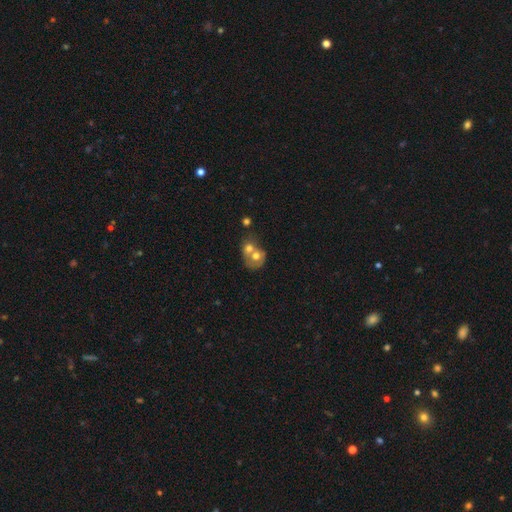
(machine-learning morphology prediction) A smooth galaxy with no disk features (57%) that is round (61%).

Vote fractions:
- Smooth or featured? smooth: 57% / featured or disk: 35% / star or artifact: 8%
- How rounded? round: 61% / in between: 38% / cigar-shaped: 1%
- Merging? merger: 73% / none: 16% / minor disturbance: 6% / major disturbance: 5%